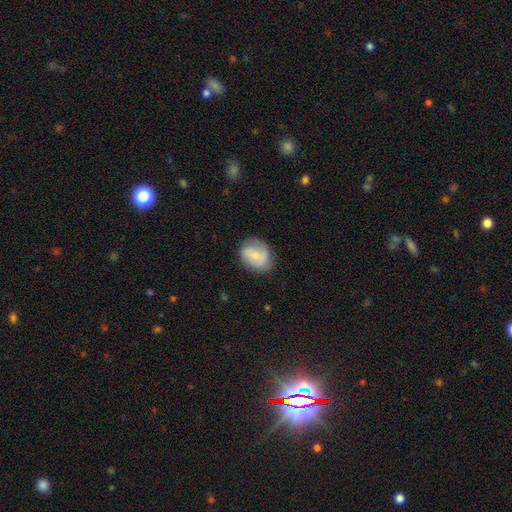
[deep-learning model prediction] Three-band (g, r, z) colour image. It shows a smooth galaxy with no disk features (65%) that is in between round and cigar-shaped (56%). Merging: none (71%).